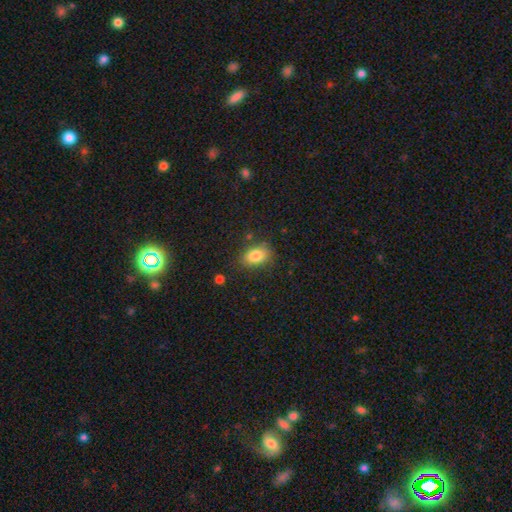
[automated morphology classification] smooth_or_featured: smooth (p=0.83) [alt: star or artifact p=0.09]
how_rounded: in between (p=0.80) [alt: round p=0.18]
merging: none (p=0.78) [alt: minor disturbance p=0.15]